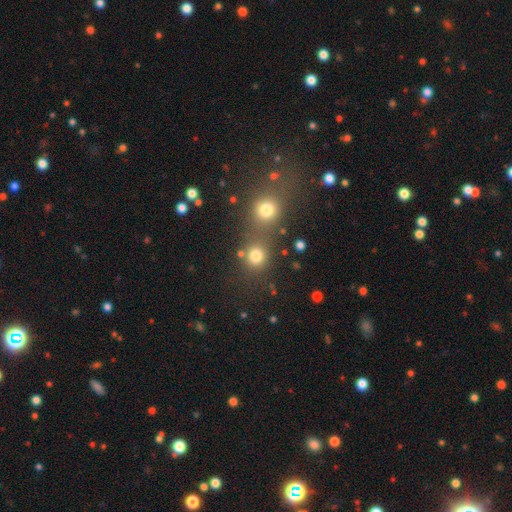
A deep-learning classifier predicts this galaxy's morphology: Q: Smooth or featured?
A: smooth (78%); runner-up: star or artifact (16%)
Q: How rounded?
A: round (86%); runner-up: in between (12%)
Q: Merging?
A: none (56%); runner-up: merger (33%)